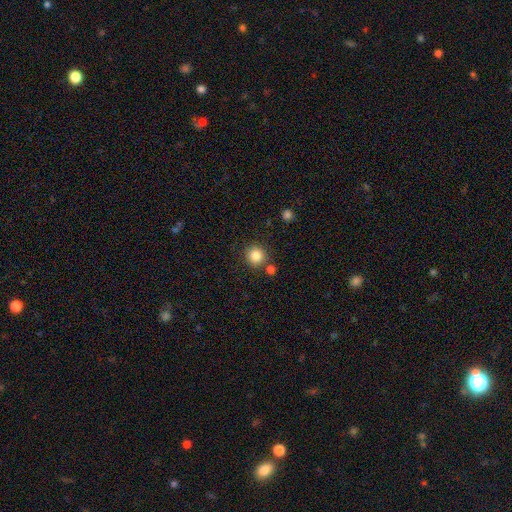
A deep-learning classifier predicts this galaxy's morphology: Smooth or featured?
  - smooth: 84% *
  - star or artifact: 11%
  - featured or disk: 5%
How rounded?
  - round: 93% *
  - in between: 6%
  - cigar-shaped: 1%
Merging?
  - none: 82% *
  - minor disturbance: 8%
  - merger: 7%
  - major disturbance: 3%